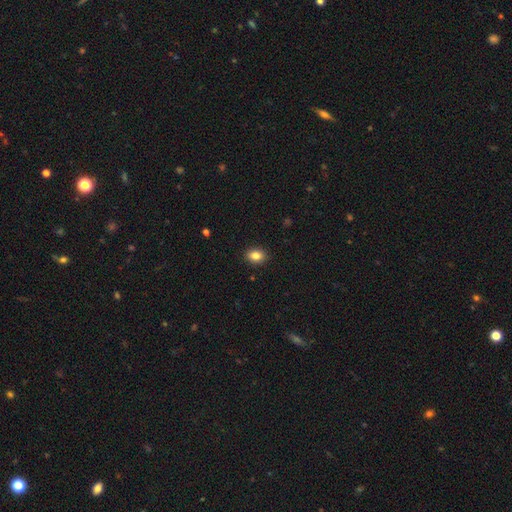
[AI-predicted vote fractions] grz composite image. It shows a smooth galaxy with no disk features (85%) that is in between round and cigar-shaped (70%). Merging: none (90%).